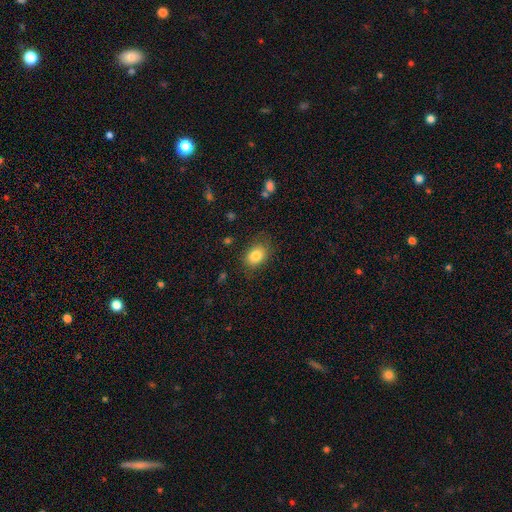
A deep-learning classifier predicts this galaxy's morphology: Q: Smooth or featured?
A: smooth (84%); runner-up: star or artifact (9%)
Q: How rounded?
A: in between (75%); runner-up: round (24%)
Q: Merging?
A: none (78%); runner-up: minor disturbance (16%)